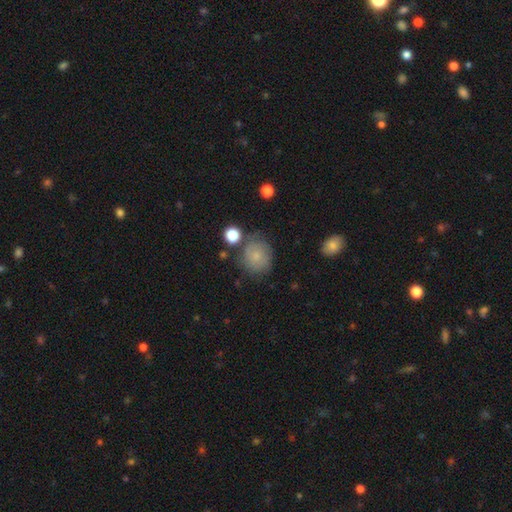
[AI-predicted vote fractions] This is likely a smooth galaxy (72%). How rounded: clearly round (80%). Merging: likely none (68%).